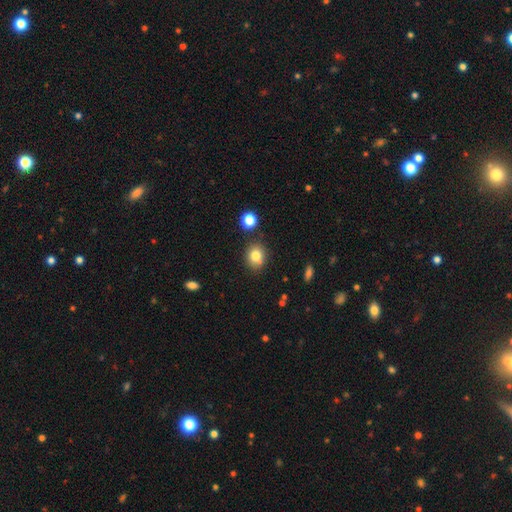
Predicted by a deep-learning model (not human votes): Overall: smooth (80%). How rounded: round (69%; in between 30%). Merging: none (78%).